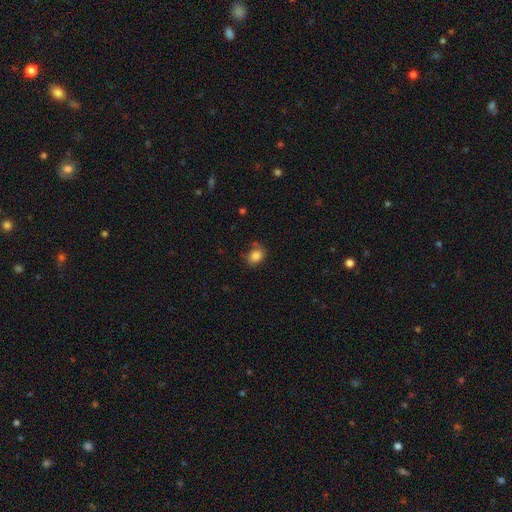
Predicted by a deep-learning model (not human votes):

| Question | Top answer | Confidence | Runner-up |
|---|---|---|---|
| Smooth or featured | smooth | 85% | star or artifact (10%) |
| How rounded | in between | 51% | round (48%) |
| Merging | none | 66% | minor disturbance (24%) |